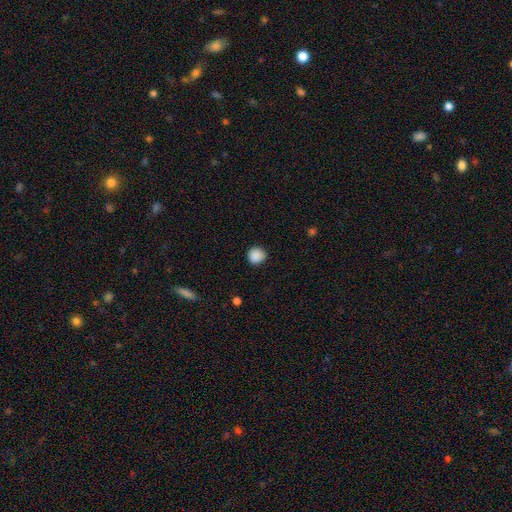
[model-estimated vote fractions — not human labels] Q: Smooth or featured?
A: smooth (88%); runner-up: star or artifact (9%)
Q: How rounded?
A: round (90%); runner-up: in between (9%)
Q: Merging?
A: none (84%); runner-up: minor disturbance (12%)